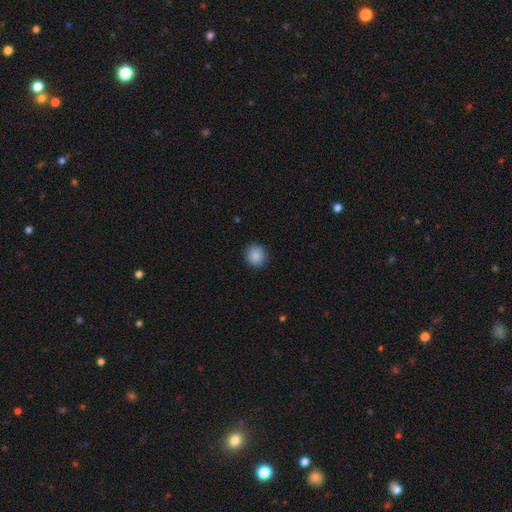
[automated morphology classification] Overall: smooth (88%). How rounded: round (87%). Merging: none (89%).